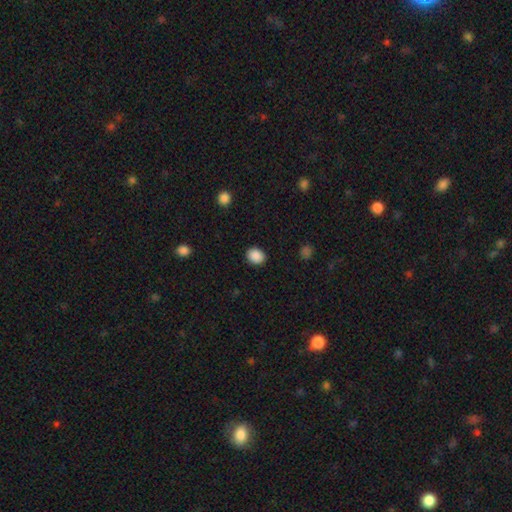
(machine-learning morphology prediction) A smooth galaxy with no disk features (89%) that is round (51%). Merging: none (89%).